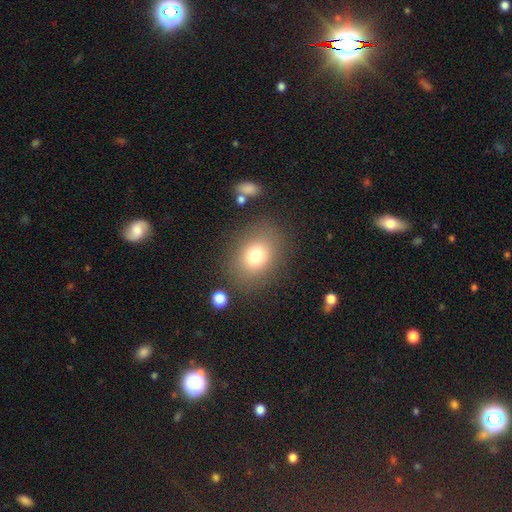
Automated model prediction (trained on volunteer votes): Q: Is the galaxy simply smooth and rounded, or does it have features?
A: smooth — 77%.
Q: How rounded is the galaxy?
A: in between — 51%.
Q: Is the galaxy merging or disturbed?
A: none — 81%.